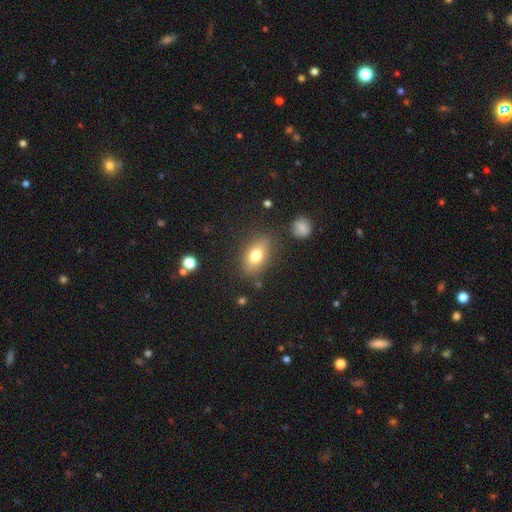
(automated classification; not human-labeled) This is likely a smooth galaxy (76%). How rounded: clearly in between (83%). Merging: likely none (78%).